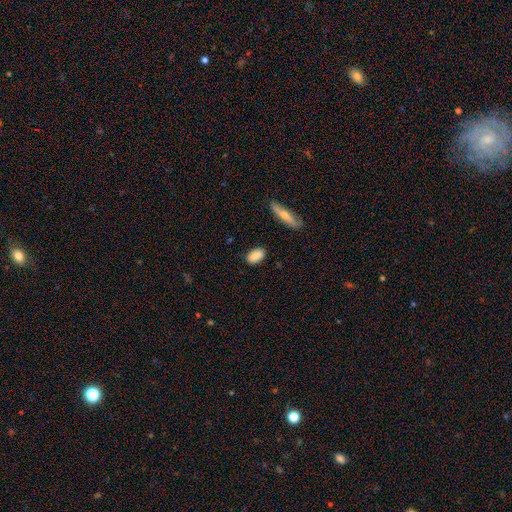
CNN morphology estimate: The model was most divided on "merging": none: 84%, minor disturbance: 11%, major disturbance: 2%, merger: 2%. More confident: how rounded — in between (90%); smooth or featured — smooth (87%).